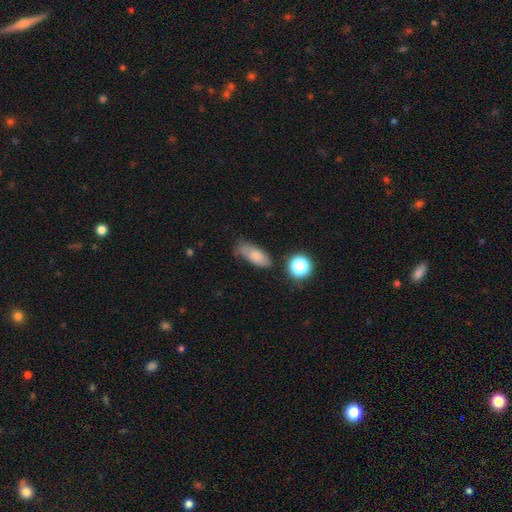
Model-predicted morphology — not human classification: Q: Smooth or featured?
A: smooth (76%); runner-up: featured or disk (13%)
Q: How rounded?
A: in between (81%); runner-up: cigar-shaped (12%)
Q: Merging?
A: none (49%); runner-up: minor disturbance (34%)